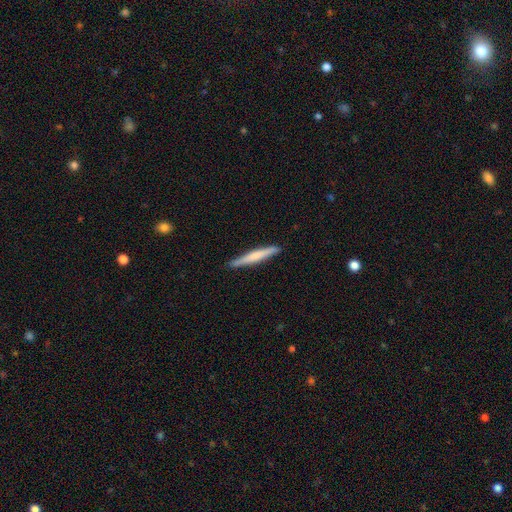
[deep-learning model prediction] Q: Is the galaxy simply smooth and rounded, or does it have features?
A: smooth — 56%.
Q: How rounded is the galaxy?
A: cigar-shaped — 96%.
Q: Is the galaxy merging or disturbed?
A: none — 88%.